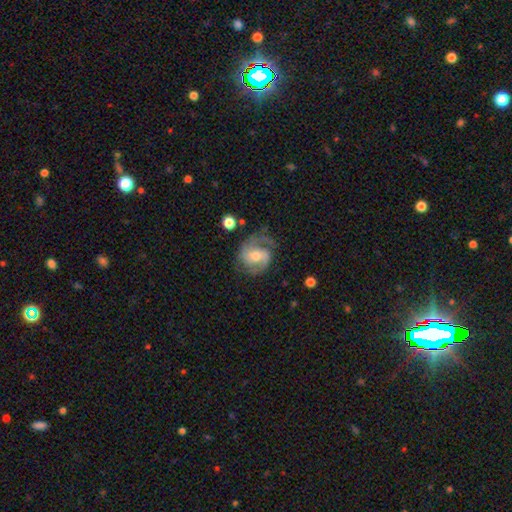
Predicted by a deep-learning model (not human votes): This is clearly a featured or disk galaxy (81%). It is clearly not viewed edge-on (98%). Bar: possibly no (46%). Spiral arm pattern: clearly yes (95%). Spiral arm count: likely 2 (72%). Spiral winding: possibly medium (49%). Central bulge: likely moderate (62%). Merging: likely none (63%).